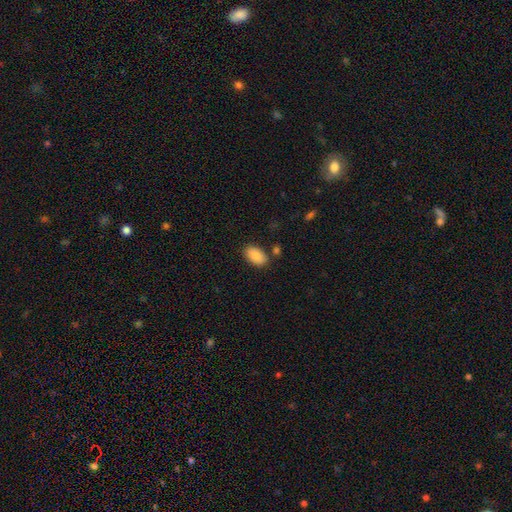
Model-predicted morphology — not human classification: A smooth galaxy with no disk features (89%) that is in between round and cigar-shaped (94%). Merging: none (79%).